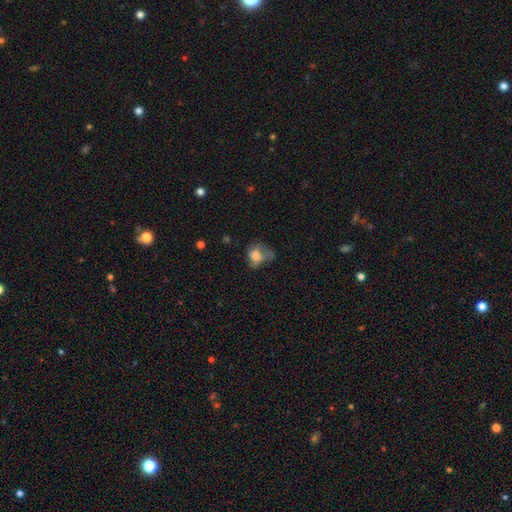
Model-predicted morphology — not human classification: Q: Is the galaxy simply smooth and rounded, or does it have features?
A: smooth — 69%.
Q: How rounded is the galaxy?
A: in between — 52%.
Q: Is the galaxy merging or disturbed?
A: major disturbance — 37%.